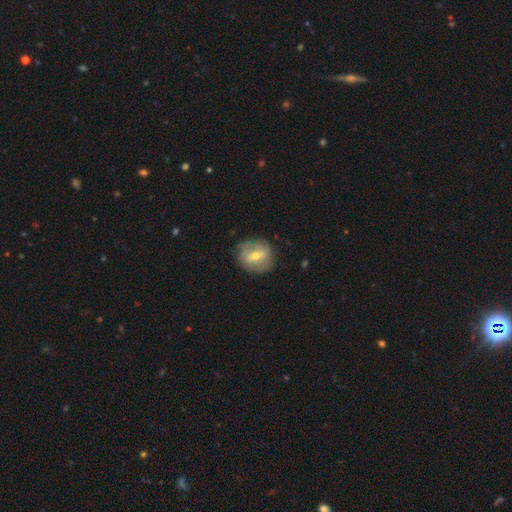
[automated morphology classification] Smooth or featured? Predicted: featured or disk (p=0.51). Edge-on disk? Predicted: no (p=0.93). Merging? Predicted: none (p=0.77).